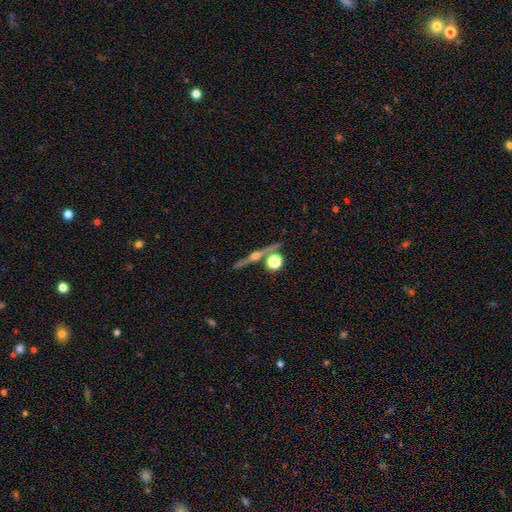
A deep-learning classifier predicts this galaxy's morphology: featured or disk 78%, smooth 12%, star or artifact 10%. Down the decision tree: edge-on disk — yes (96%); edge-on bulge — rounded (93%); merging — none (80%).